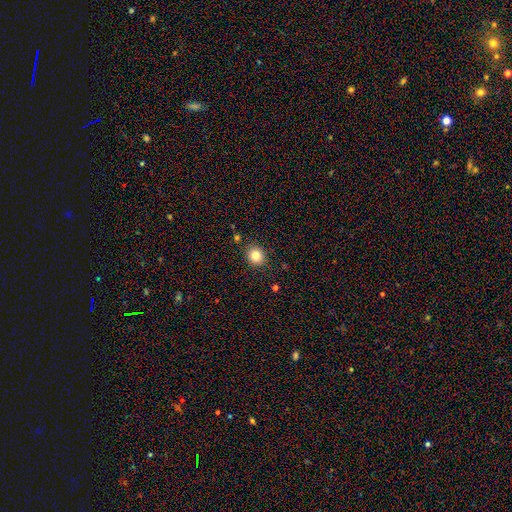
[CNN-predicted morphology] A smooth galaxy with no disk features (82%) that is round (83%).

Vote fractions:
- Smooth or featured? smooth: 82% / star or artifact: 12% / featured or disk: 7%
- How rounded? round: 83% / in between: 17% / cigar-shaped: 1%
- Merging? none: 87% / minor disturbance: 8% / merger: 2% / major disturbance: 2%